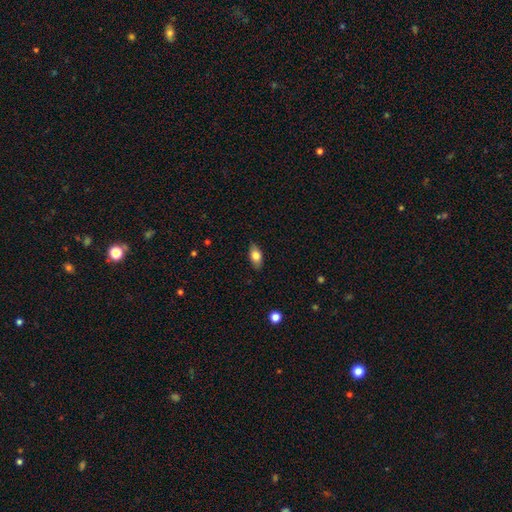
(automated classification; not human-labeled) Smooth or featured: smooth — 77% (featured or disk — 16%)
How rounded: in between — 87% (cigar-shaped — 8%)
Merging: none — 85% (minor disturbance — 12%)